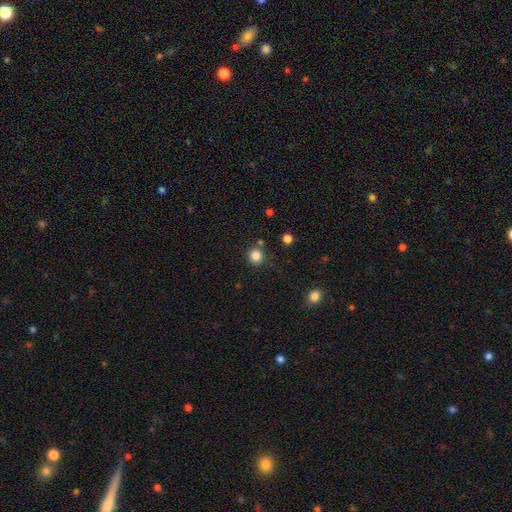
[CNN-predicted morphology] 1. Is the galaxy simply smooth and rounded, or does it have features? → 83% smooth, 12% star or artifact, 5% featured or disk.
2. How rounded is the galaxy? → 91% round, 8% in between, 1% cigar-shaped.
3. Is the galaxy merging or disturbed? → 83% none, 9% minor disturbance, 6% merger, 3% major disturbance.